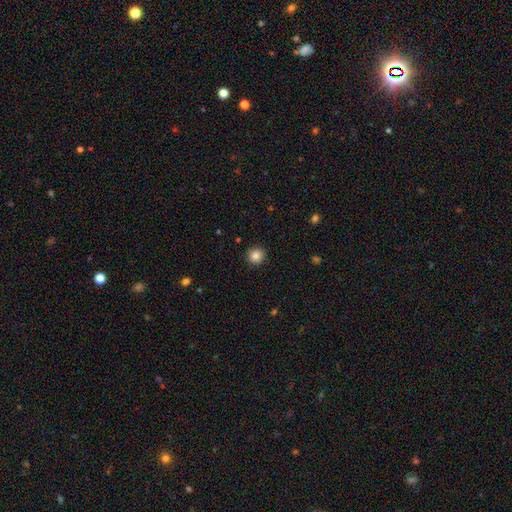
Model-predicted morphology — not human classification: Smooth or featured? Predicted: smooth (p=0.84). How rounded? Predicted: round (p=0.94). Merging? Predicted: none (p=0.92).